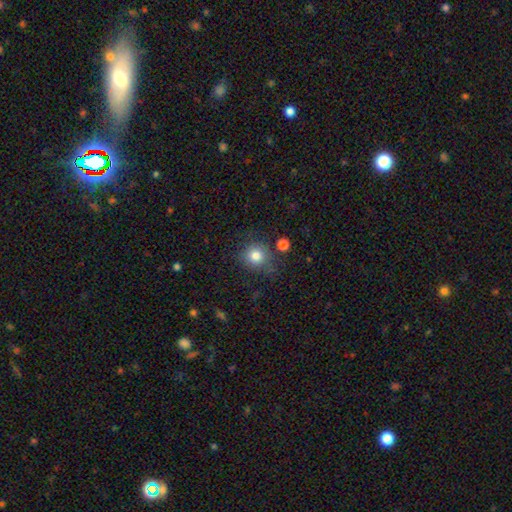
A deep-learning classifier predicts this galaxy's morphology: A smooth galaxy with no disk features (81%) that is round (89%).

Vote fractions:
- Smooth or featured? smooth: 81% / star or artifact: 12% / featured or disk: 7%
- How rounded? round: 89% / in between: 10% / cigar-shaped: 1%
- Merging? none: 77% / minor disturbance: 13% / merger: 5% / major disturbance: 4%